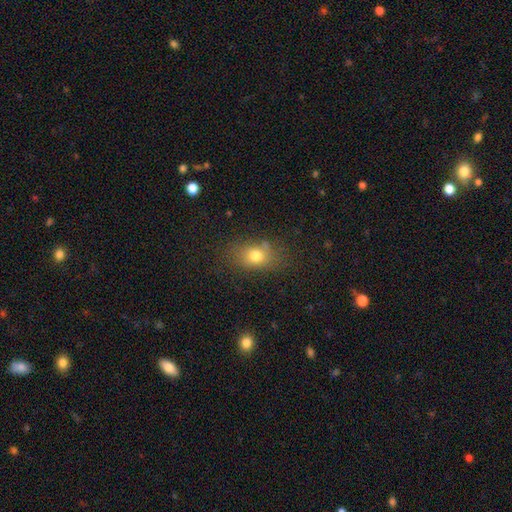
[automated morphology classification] smooth_or_featured: smooth (p=0.75) [alt: star or artifact p=0.14]
how_rounded: in between (p=0.64) [alt: round p=0.34]
merging: none (p=0.71) [alt: minor disturbance p=0.18]